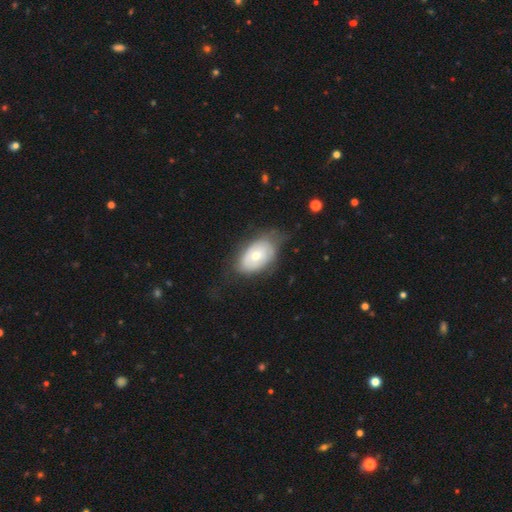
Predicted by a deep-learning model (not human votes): Overall: smooth (54%; featured or disk 39%). How rounded: in between (89%). Merging: none (57%; minor disturbance 28%).